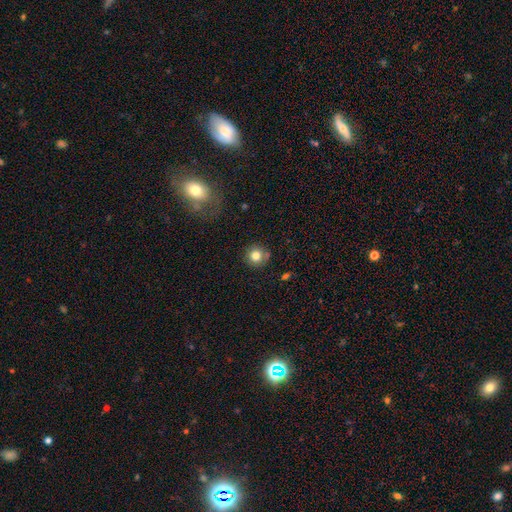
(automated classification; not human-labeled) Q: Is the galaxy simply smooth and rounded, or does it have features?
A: smooth — 80%.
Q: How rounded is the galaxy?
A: round — 93%.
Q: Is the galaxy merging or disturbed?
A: none — 82%.